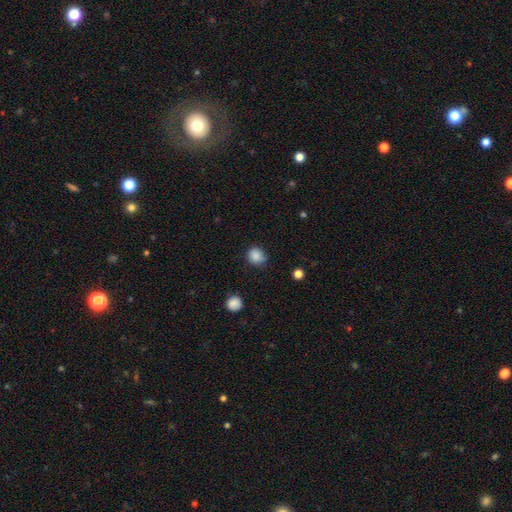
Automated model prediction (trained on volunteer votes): Q: Smooth or featured?
A: smooth (84%); runner-up: star or artifact (10%)
Q: How rounded?
A: round (82%); runner-up: in between (18%)
Q: Merging?
A: none (70%); runner-up: minor disturbance (23%)